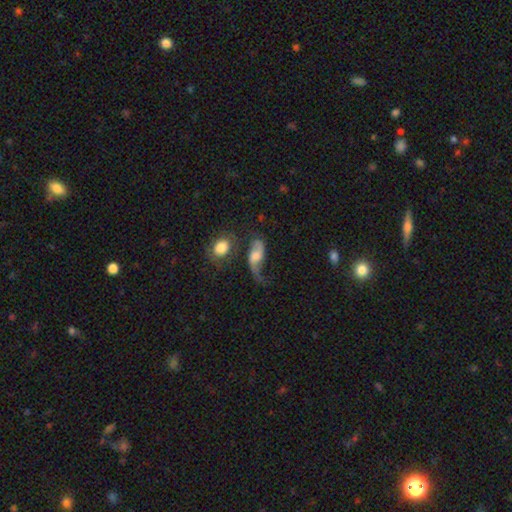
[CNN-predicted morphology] The model was most divided on "merging": none: 34%, major disturbance: 31%, minor disturbance: 20%, merger: 15%. Remaining: edge-on disk — no (94%); spiral arms — yes (89%); spiral winding — loose (82%); spiral arm count — 2 (77%); smooth or featured — featured or disk (68%); bar — no (57%); bulge size — moderate (39%).